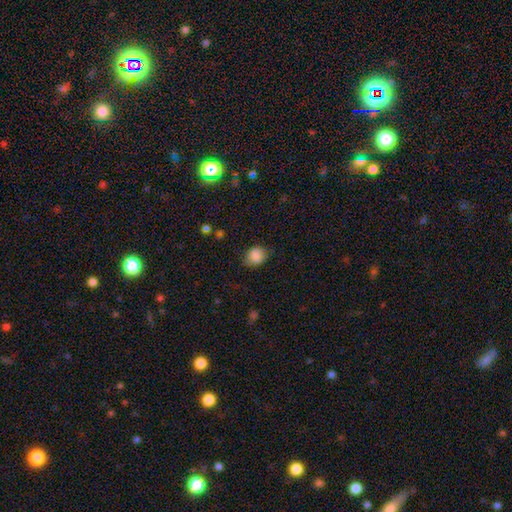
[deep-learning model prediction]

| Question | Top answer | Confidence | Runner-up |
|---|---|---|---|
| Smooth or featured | smooth | 87% | star or artifact (9%) |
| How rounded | round | 64% | in between (35%) |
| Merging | none | 74% | minor disturbance (19%) |